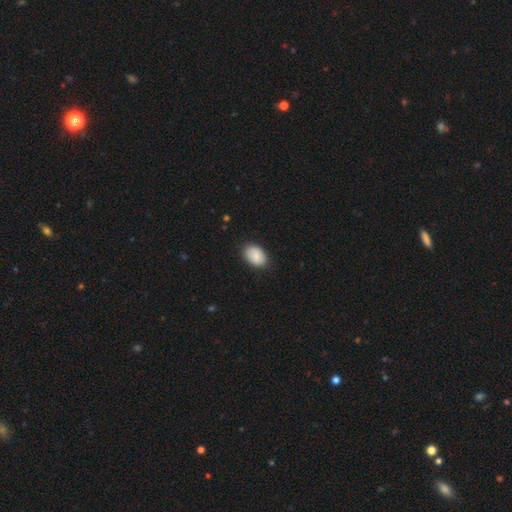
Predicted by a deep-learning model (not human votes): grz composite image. It shows a smooth galaxy with no disk features (86%) that is in between round and cigar-shaped (87%). Merging: none (85%).